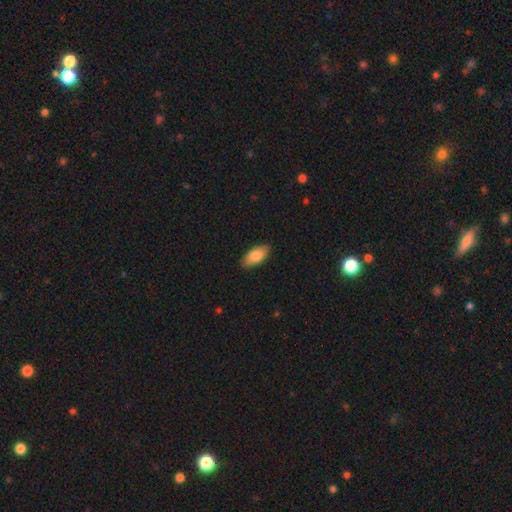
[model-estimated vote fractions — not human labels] Overall: smooth (83%). How rounded: in between (90%). Merging: none (87%).